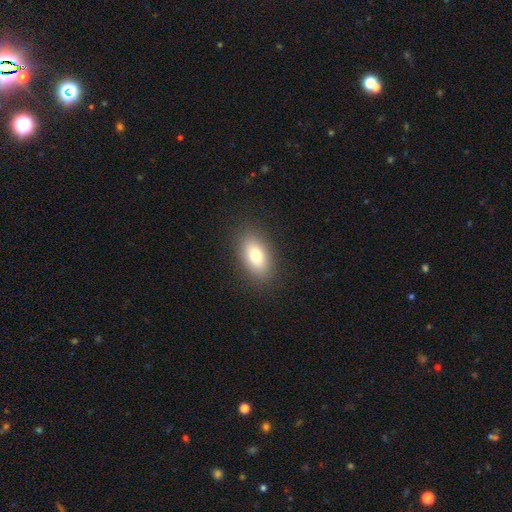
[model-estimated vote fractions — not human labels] Morphology: type=smooth (78%); roundness=in between (89%); merging=none (88%).